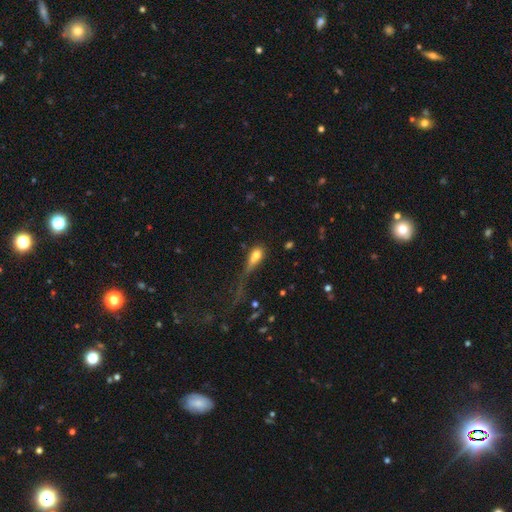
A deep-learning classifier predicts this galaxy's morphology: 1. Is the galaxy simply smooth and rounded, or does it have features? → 70% smooth, 18% featured or disk, 12% star or artifact.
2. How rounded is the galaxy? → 69% in between, 18% cigar-shaped, 13% round.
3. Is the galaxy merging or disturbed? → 47% major disturbance, 21% minor disturbance, 20% none, 12% merger.